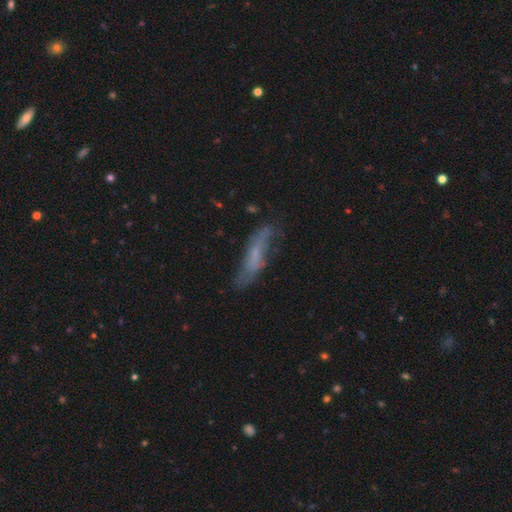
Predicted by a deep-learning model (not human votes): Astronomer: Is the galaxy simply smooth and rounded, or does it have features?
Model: smooth — 46% (runner-up: featured or disk, 45%).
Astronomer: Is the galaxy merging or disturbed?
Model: none — 52% (runner-up: minor disturbance, 28%).